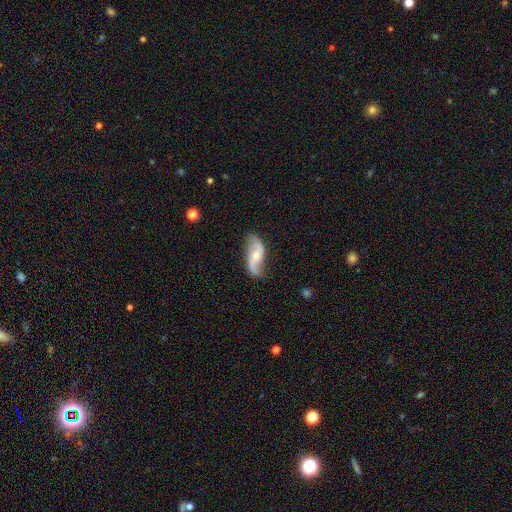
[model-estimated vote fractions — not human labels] Morphology: type=featured or disk (77%); edge-on=no (94%); bar=no (56%); spiral arms=yes (93%); winding=loose (68%); arm count=2 (91%); bulge=moderate (55%); merging=none (75%).